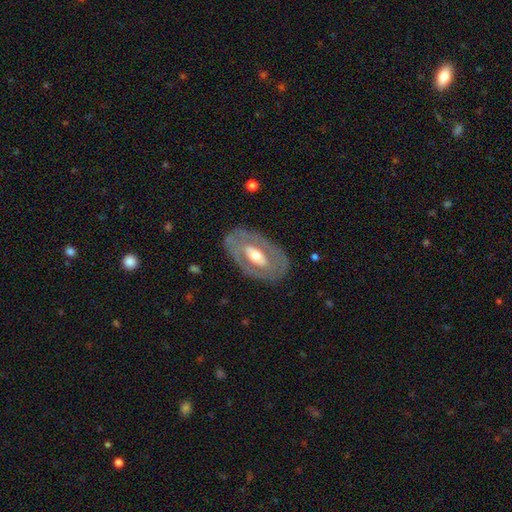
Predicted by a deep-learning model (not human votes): The model was most divided on "bar": no: 55%, weak: 25%, strong: 20%. More confident: edge-on disk — no (89%); merging — none (80%); spiral arms — no (78%); smooth or featured — featured or disk (64%); bulge size — moderate (64%).